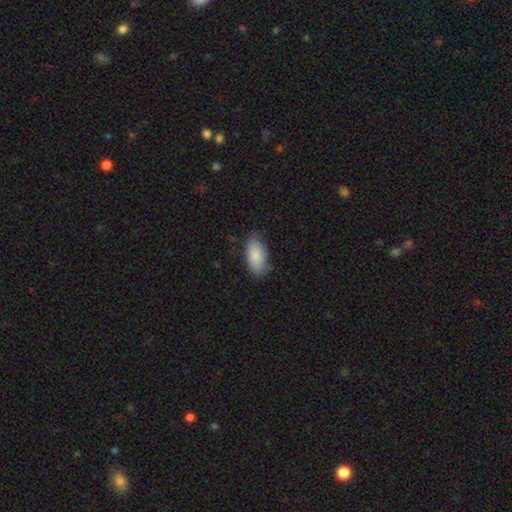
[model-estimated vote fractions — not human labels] Smooth or featured? smooth (87%)
How rounded? in between (93%)
Merging? none (78%)